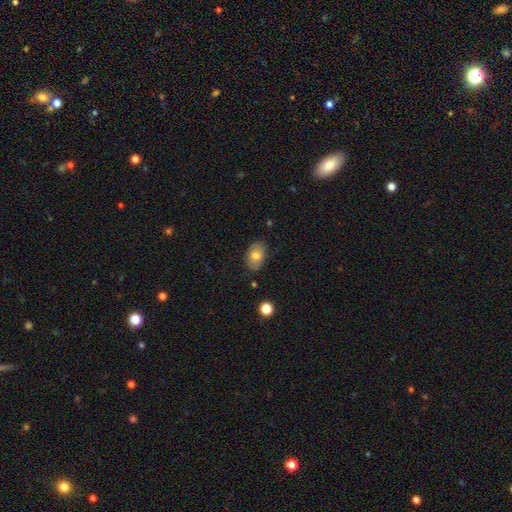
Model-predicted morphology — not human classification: Smooth or featured? Predicted: smooth (p=0.76). How rounded? Predicted: in between (p=0.84). Merging? Predicted: none (p=0.81).